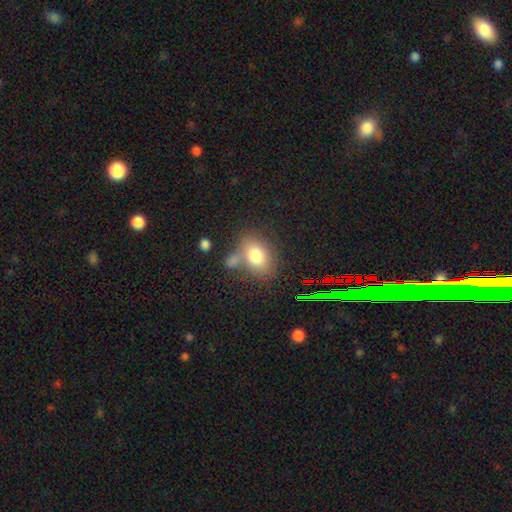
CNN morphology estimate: Overall: smooth (76%). How rounded: in between (76%). Merging: none (61%).